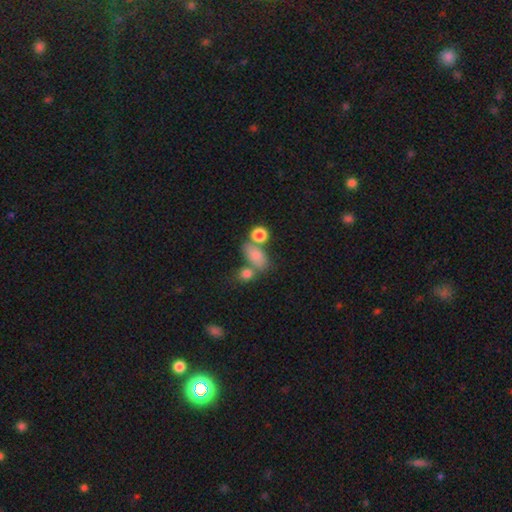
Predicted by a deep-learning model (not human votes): Smooth or featured?
  - smooth: 76% *
  - star or artifact: 12%
  - featured or disk: 11%
How rounded?
  - in between: 78% *
  - round: 19%
  - cigar-shaped: 3%
Merging?
  - none: 44% *
  - merger: 32%
  - minor disturbance: 16%
  - major disturbance: 8%